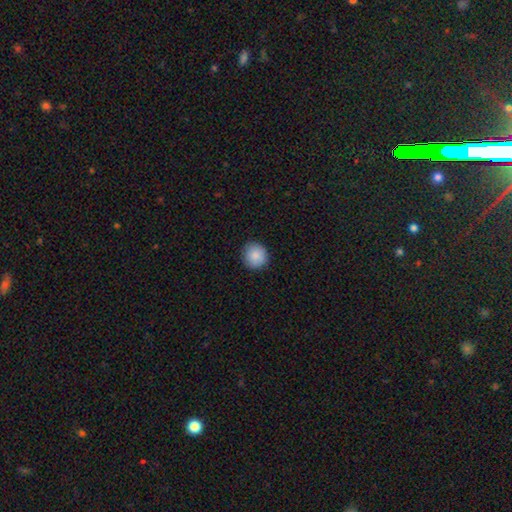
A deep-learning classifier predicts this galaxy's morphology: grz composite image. It shows a smooth galaxy with no disk features (88%) that is round (93%). Merging: none (90%).